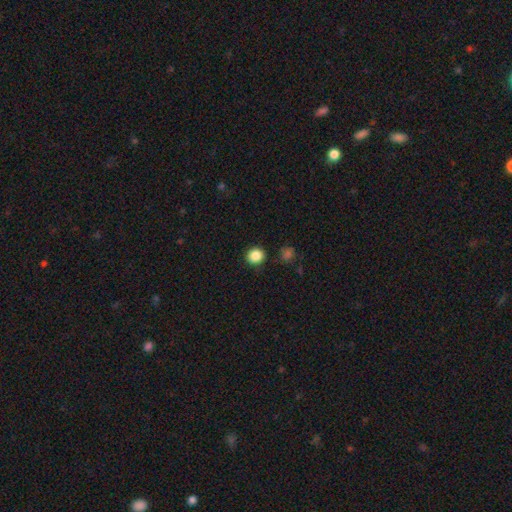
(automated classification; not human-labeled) Smooth or featured? Predicted: smooth (p=0.87). How rounded? Predicted: round (p=0.89). Merging? Predicted: none (p=0.89).